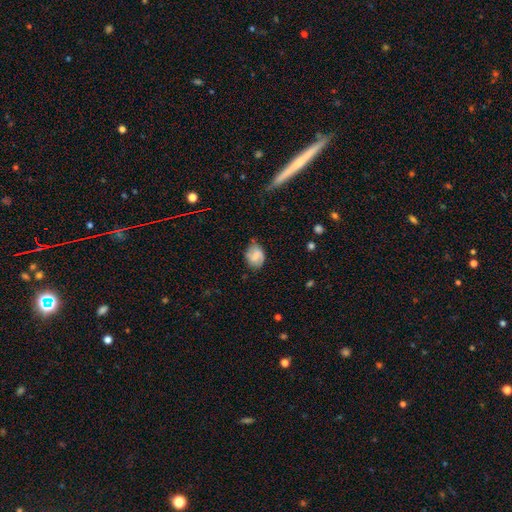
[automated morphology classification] Smooth or featured: smooth — 56% (featured or disk — 35%)
How rounded: in between — 59% (round — 40%)
Merging: none — 61% (minor disturbance — 30%)